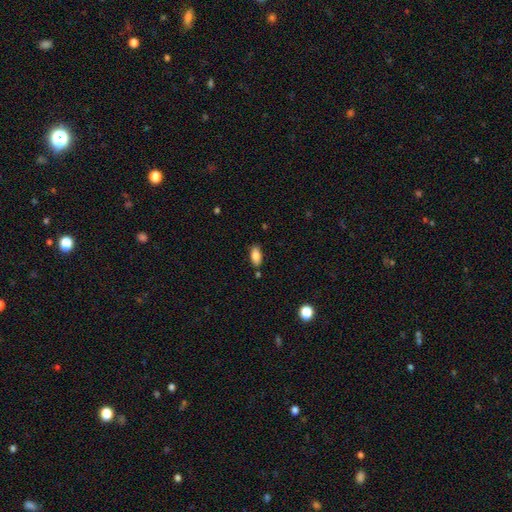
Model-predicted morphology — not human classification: Smooth or featured?
  - smooth: 84% *
  - featured or disk: 9%
  - star or artifact: 8%
How rounded?
  - in between: 90% *
  - cigar-shaped: 7%
  - round: 3%
Merging?
  - none: 82% *
  - minor disturbance: 12%
  - merger: 5%
  - major disturbance: 2%